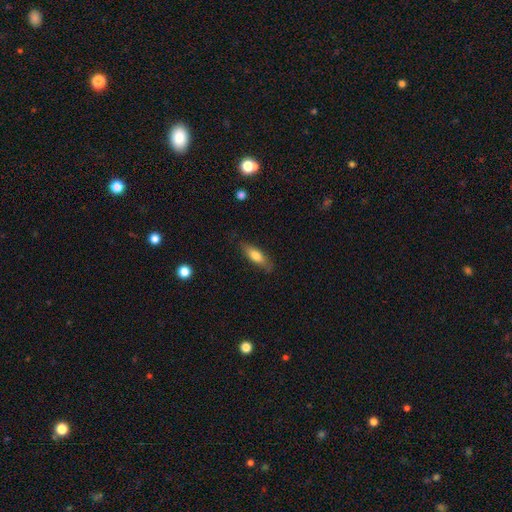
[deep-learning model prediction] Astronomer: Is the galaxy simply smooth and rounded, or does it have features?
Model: smooth — 68%.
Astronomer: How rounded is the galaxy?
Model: in between — 49% (runner-up: cigar-shaped, 48%).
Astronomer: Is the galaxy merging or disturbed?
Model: none — 78%.